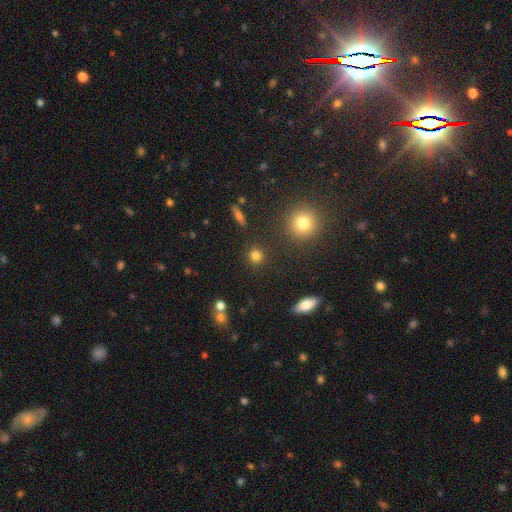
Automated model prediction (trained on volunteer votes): The model was most divided on "smooth or featured": smooth: 79%, star or artifact: 14%, featured or disk: 6%. More confident: how rounded — round (90%); merging — none (88%).